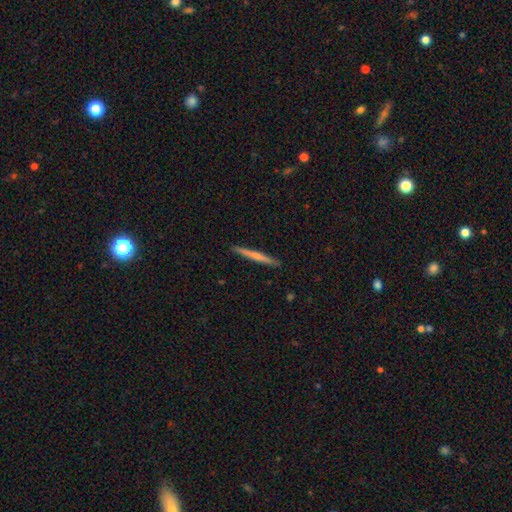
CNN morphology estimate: A smooth galaxy with no disk features (54%) that is cigar-shaped (96%). Merging: none (91%).